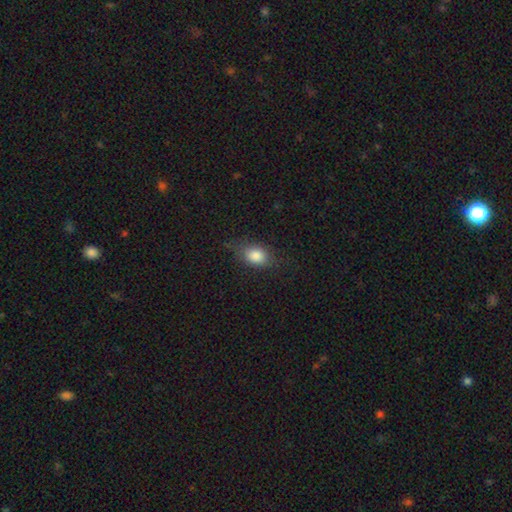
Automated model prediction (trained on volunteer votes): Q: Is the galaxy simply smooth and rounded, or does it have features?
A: smooth — 83%.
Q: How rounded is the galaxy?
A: in between — 72%.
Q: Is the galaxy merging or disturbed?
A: none — 71%.